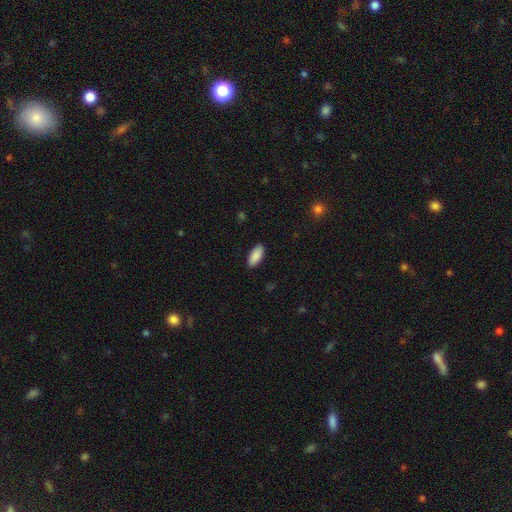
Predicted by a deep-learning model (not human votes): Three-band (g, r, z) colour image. It shows a smooth galaxy with no disk features (90%) that is in between round and cigar-shaped (90%). Merging: none (89%).